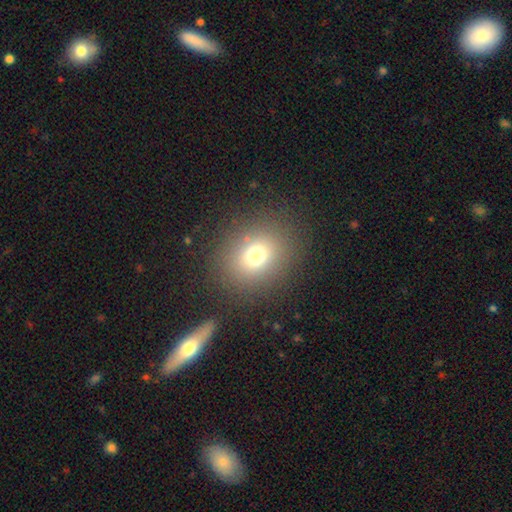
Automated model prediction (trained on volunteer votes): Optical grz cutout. It shows a smooth galaxy with no disk features (71%) that is round (66%). Merging: none (85%).